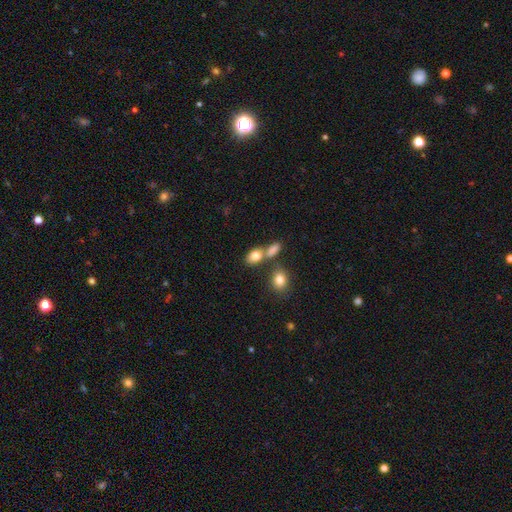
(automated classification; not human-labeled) A smooth galaxy with no disk features (80%) that is in between round and cigar-shaped (79%).

Vote fractions:
- Smooth or featured? smooth: 80% / featured or disk: 10% / star or artifact: 9%
- How rounded? in between: 79% / round: 17% / cigar-shaped: 4%
- Merging? none: 46% / merger: 37% / minor disturbance: 12% / major disturbance: 5%